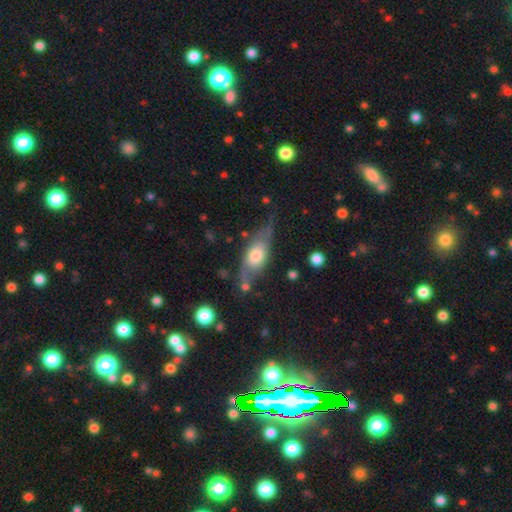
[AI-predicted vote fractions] smooth_or_featured: smooth (p=0.48) [alt: featured or disk p=0.46]
merging: none (p=0.57) [alt: minor disturbance p=0.26]